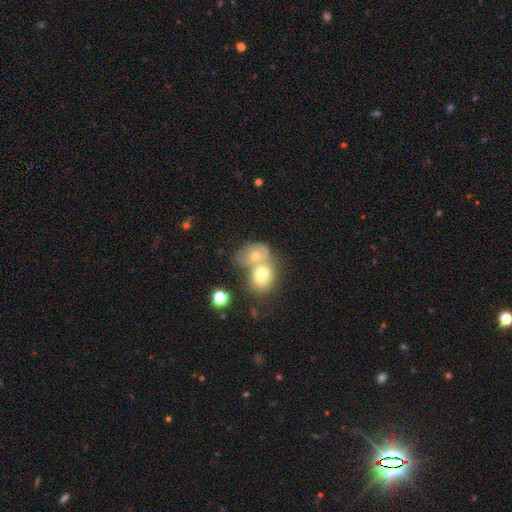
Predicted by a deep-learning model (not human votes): This appears to be a smooth galaxy with no disk features (60%) that is in between round and cigar-shaped (51%). Merging: merger (64%).